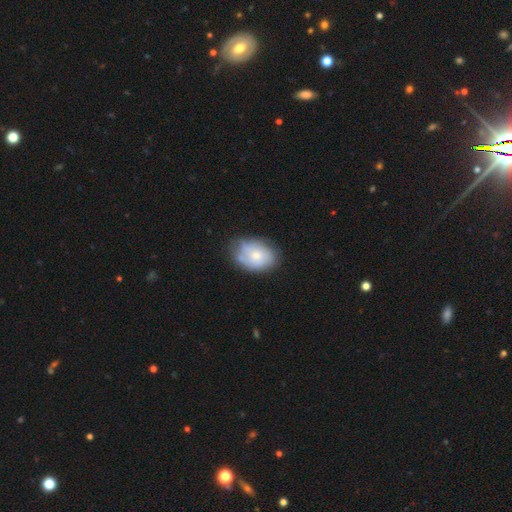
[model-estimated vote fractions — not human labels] smooth-or-featured: smooth: 63% | featured or disk: 30% | star or artifact: 7%
  how-rounded: in between: 78% | round: 21% | cigar-shaped: 1%
  merging: none: 54% | minor disturbance: 31% | major disturbance: 8% | merger: 6%